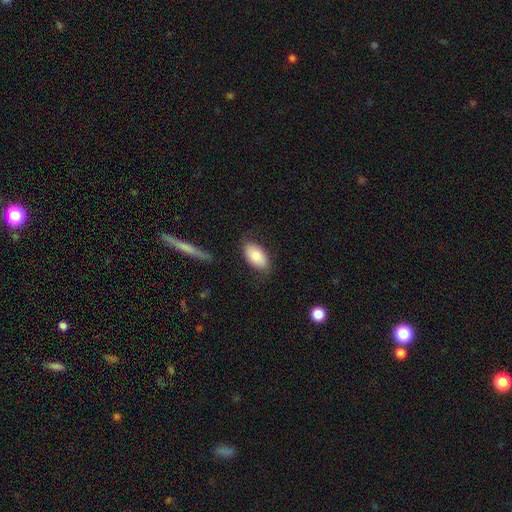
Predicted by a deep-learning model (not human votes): Smooth or featured? smooth (84%)
How rounded? in between (94%)
Merging? none (79%)